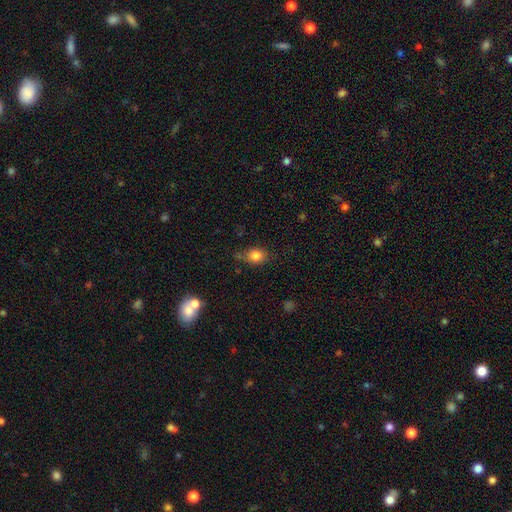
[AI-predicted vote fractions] smooth_or_featured: smooth (p=0.83) [alt: star or artifact p=0.10]
how_rounded: in between (p=0.54) [alt: round p=0.45]
merging: none (p=0.70) [alt: minor disturbance p=0.20]